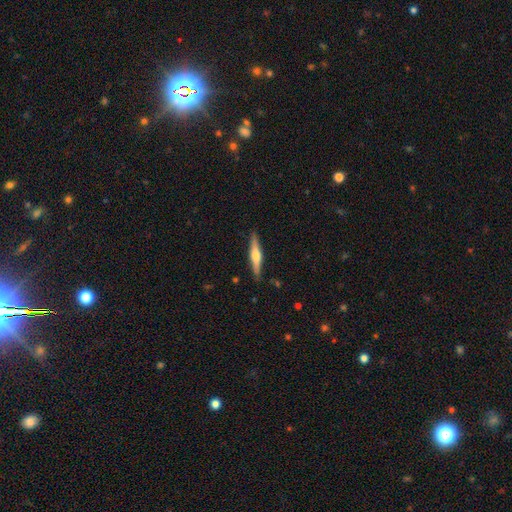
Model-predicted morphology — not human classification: The model was most divided on "smooth or featured": featured or disk: 56%, smooth: 38%, star or artifact: 6%. More confident: edge-on disk — yes (96%); merging — none (88%); edge-on bulge — rounded (86%).